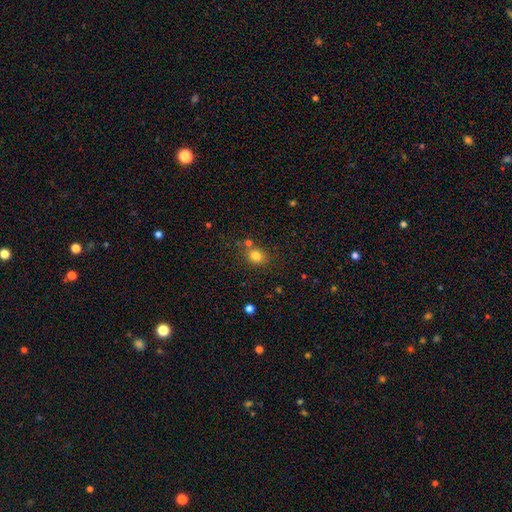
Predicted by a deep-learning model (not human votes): Morphology: type=smooth (80%); roundness=round (59%); merging=none (73%).